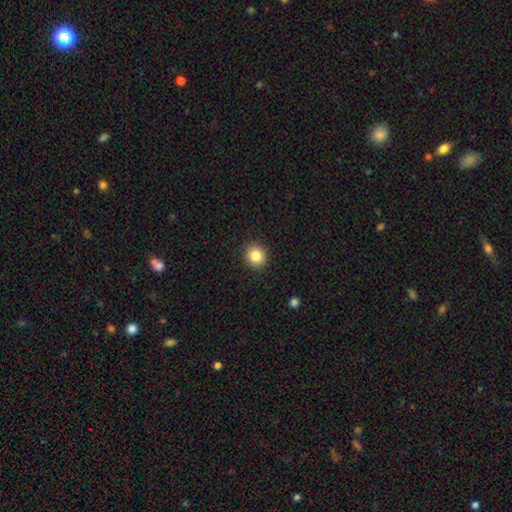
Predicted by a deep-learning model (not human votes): A smooth galaxy with no disk features (84%) that is round (89%).

Vote fractions:
- Smooth or featured? smooth: 84% / star or artifact: 10% / featured or disk: 6%
- How rounded? round: 89% / in between: 10% / cigar-shaped: 1%
- Merging? none: 91% / minor disturbance: 6% / major disturbance: 2% / merger: 1%